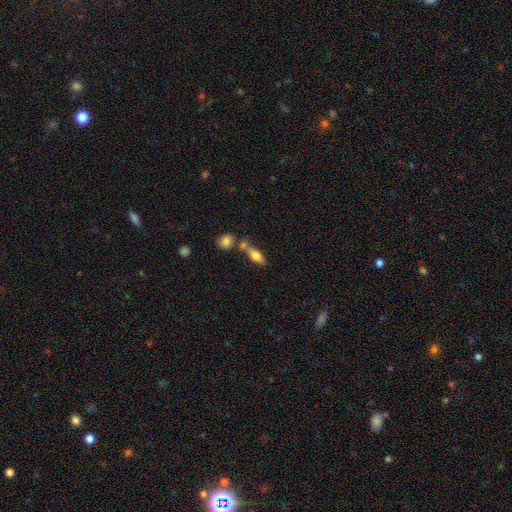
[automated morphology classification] smooth 75%, featured or disk 18%, star or artifact 7%. Down the decision tree: how rounded — in between (78%); merging — none (53%).